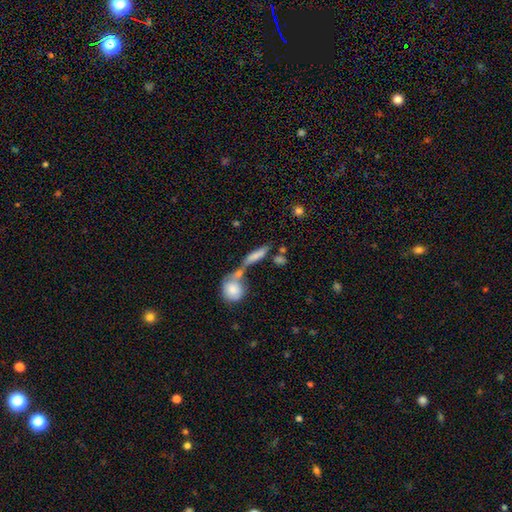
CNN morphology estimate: A smooth galaxy with no disk features (69%) that is cigar-shaped (65%).

Vote fractions:
- Smooth or featured? smooth: 69% / featured or disk: 23% / star or artifact: 9%
- How rounded? cigar-shaped: 65% / in between: 29% / round: 6%
- Merging? merger: 46% / none: 36% / minor disturbance: 11% / major disturbance: 7%